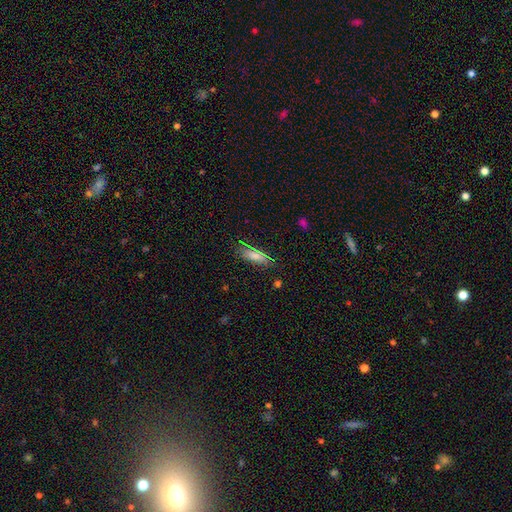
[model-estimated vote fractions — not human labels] A smooth galaxy with no disk features (73%) that is in between round and cigar-shaped (81%). Merging: none (81%).